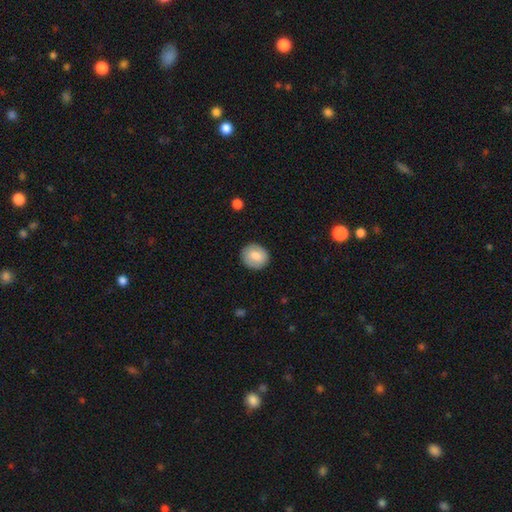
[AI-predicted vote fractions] Smooth or featured? Predicted: smooth (p=0.77). How rounded? Predicted: round (p=0.83). Merging? Predicted: none (p=0.87).